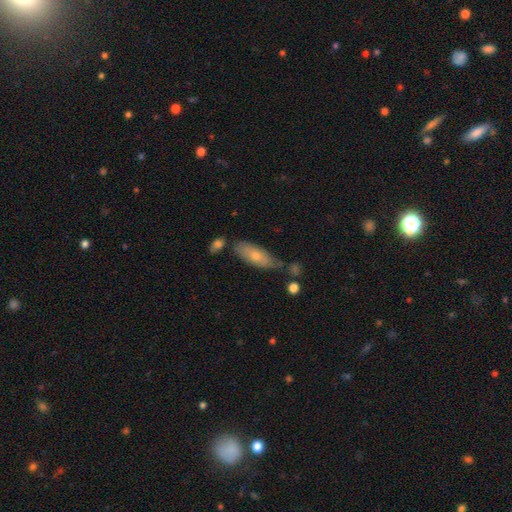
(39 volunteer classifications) This appears to be a smooth galaxy with no disk features (74%) that is in between round and cigar-shaped (72%). Merging: minor disturbance (39%).